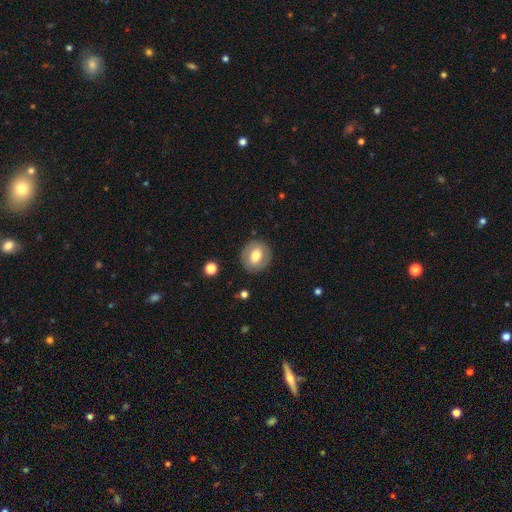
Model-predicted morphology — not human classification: Q: Smooth or featured?
A: smooth (60%); runner-up: featured or disk (32%)
Q: How rounded?
A: round (78%); runner-up: in between (21%)
Q: Merging?
A: none (86%); runner-up: minor disturbance (9%)